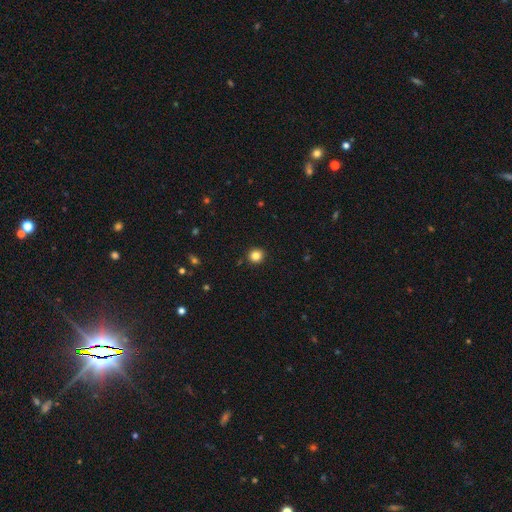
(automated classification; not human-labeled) Smooth or featured? Predicted: smooth (p=0.84). How rounded? Predicted: round (p=0.92). Merging? Predicted: none (p=0.92).